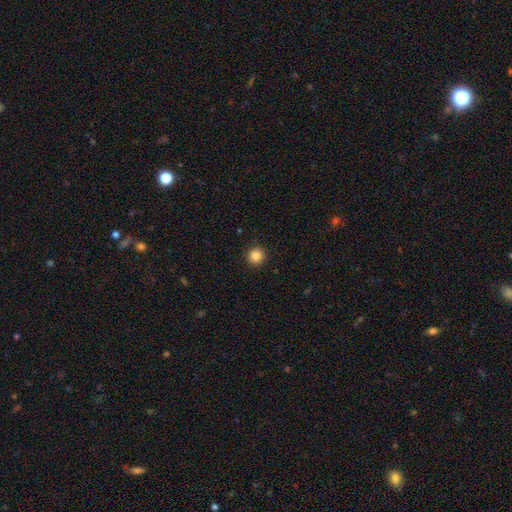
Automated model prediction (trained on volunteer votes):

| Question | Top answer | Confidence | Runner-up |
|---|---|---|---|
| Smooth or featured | smooth | 86% | star or artifact (11%) |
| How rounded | round | 94% | in between (5%) |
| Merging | none | 92% | minor disturbance (5%) |